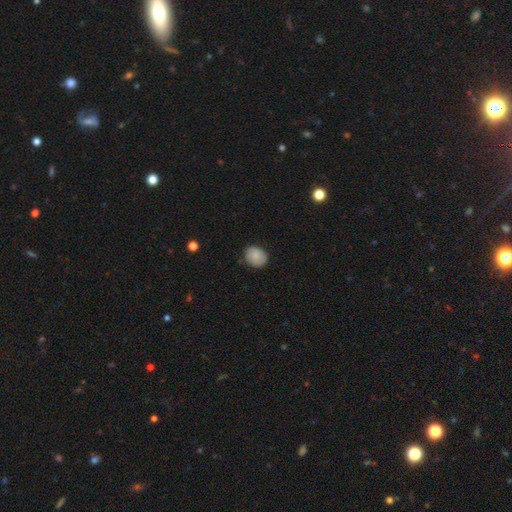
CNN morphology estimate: A smooth galaxy with no disk features (84%) that is round (59%).

Vote fractions:
- Smooth or featured? smooth: 84% / featured or disk: 9% / star or artifact: 8%
- How rounded? round: 59% / in between: 40% / cigar-shaped: 1%
- Merging? none: 81% / minor disturbance: 16% / major disturbance: 3% / merger: 1%